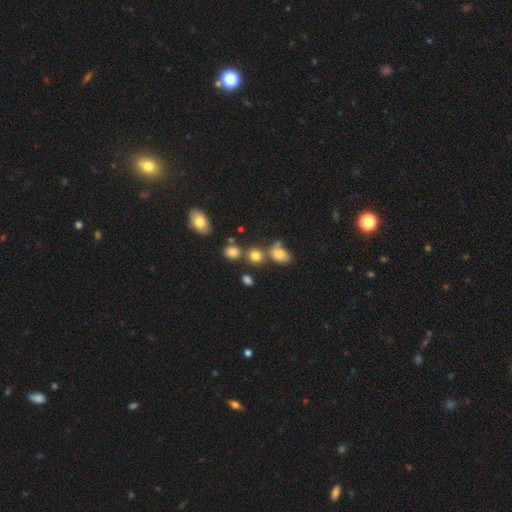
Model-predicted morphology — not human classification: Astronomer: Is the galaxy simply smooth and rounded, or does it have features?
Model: smooth — 77%.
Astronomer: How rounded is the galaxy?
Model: round — 73%.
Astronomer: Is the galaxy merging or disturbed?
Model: none — 61%.